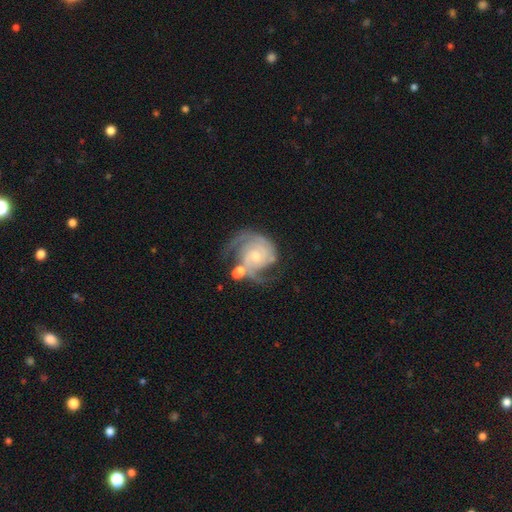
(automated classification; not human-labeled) A featured or disk galaxy (88%) with no bar (64%), 2 (65%) tight (47%) spiral arms (97%) and a small central bulge (47%). Merging: none (47%).